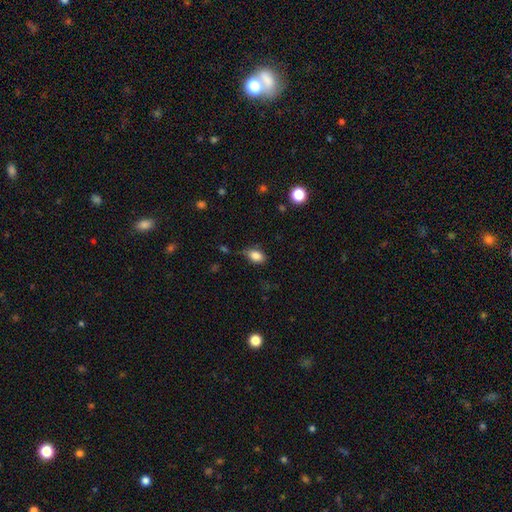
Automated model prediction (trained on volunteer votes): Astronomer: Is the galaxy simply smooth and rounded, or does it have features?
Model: smooth — 84%.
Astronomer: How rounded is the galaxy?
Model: in between — 85%.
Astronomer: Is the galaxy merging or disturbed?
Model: none — 69%.